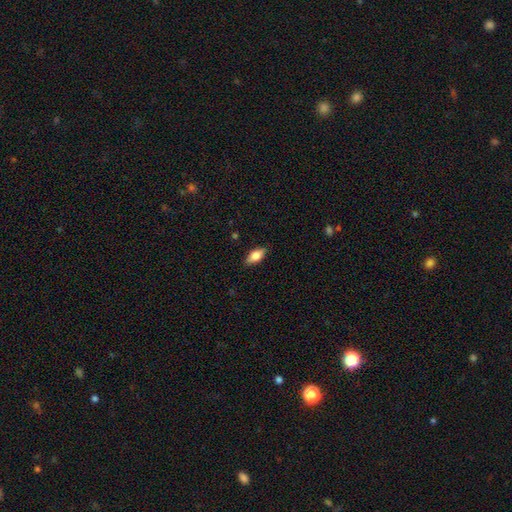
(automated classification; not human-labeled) Smooth or featured? smooth (74%)
How rounded? in between (85%)
Merging? none (85%)